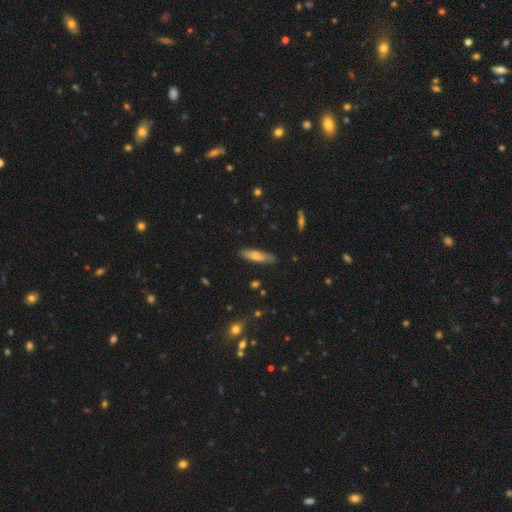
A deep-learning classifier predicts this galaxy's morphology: This appears to be a smooth galaxy with no disk features (59%) that is cigar-shaped (71%). Merging: none (84%).